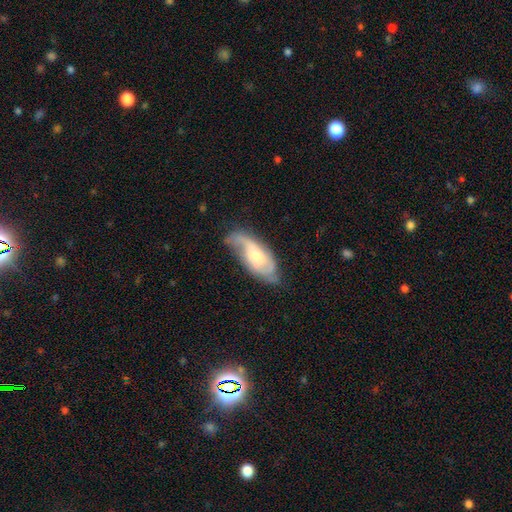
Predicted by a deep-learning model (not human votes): Q: Smooth or featured?
A: featured or disk (70%); runner-up: smooth (24%)
Q: Edge-on disk?
A: no (90%); runner-up: yes (10%)
Q: Bar?
A: no (57%); runner-up: weak (35%)
Q: Spiral arms?
A: yes (88%); runner-up: no (12%)
Q: Spiral winding?
A: medium (42%); runner-up: loose (35%)
Q: Spiral arm count?
A: 2 (60%); runner-up: can't tell (19%)
Q: Bulge size?
A: moderate (54%); runner-up: small (35%)
Q: Merging?
A: none (57%); runner-up: minor disturbance (28%)